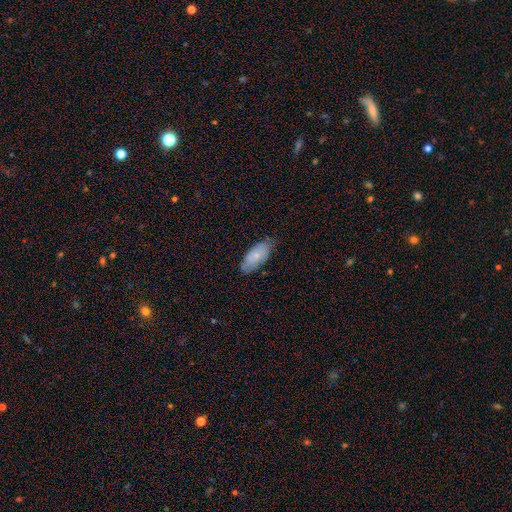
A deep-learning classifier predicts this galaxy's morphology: Overall: smooth (68%). How rounded: in between (89%). Merging: none (67%; minor disturbance 27%).